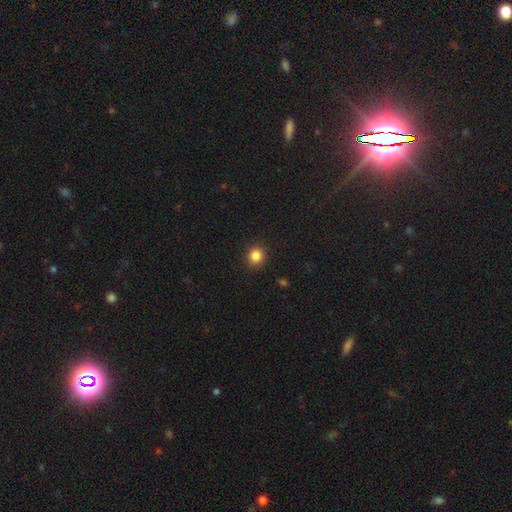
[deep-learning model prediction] A smooth galaxy with no disk features (86%) that is round (85%).

Vote fractions:
- Smooth or featured? smooth: 86% / star or artifact: 11% / featured or disk: 4%
- How rounded? round: 85% / in between: 14% / cigar-shaped: 1%
- Merging? none: 91% / minor disturbance: 6% / major disturbance: 2% / merger: 1%